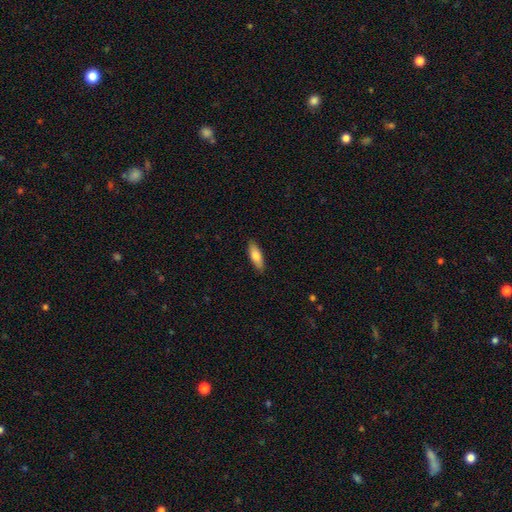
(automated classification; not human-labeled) Smooth or featured: smooth — 78% (featured or disk — 17%)
How rounded: in between — 65% (cigar-shaped — 33%)
Merging: none — 88% (minor disturbance — 9%)